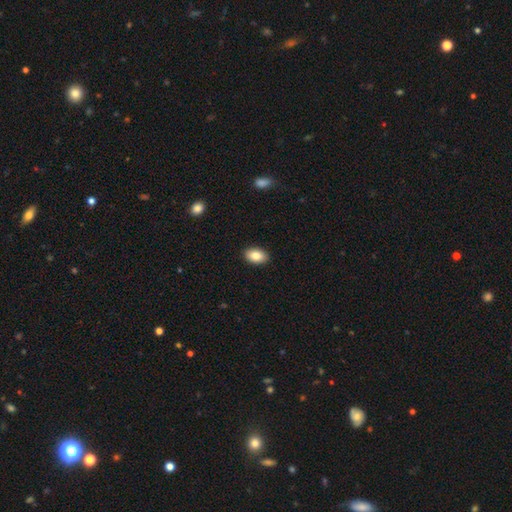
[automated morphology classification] This is clearly a smooth galaxy (85%). How rounded: clearly in between (91%). Merging: clearly none (90%).